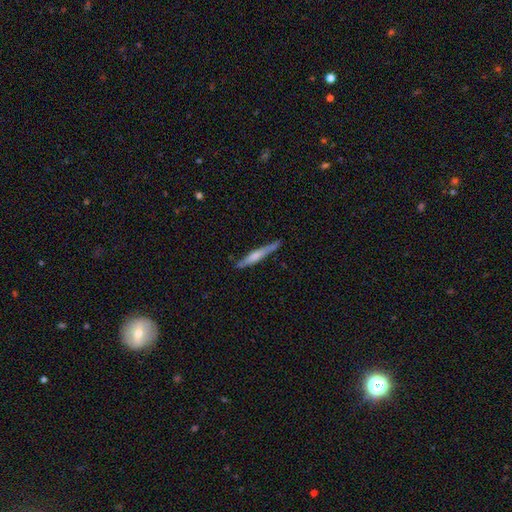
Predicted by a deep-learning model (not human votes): Smooth or featured? smooth (51%)
How rounded? cigar-shaped (94%)
Merging? none (79%)